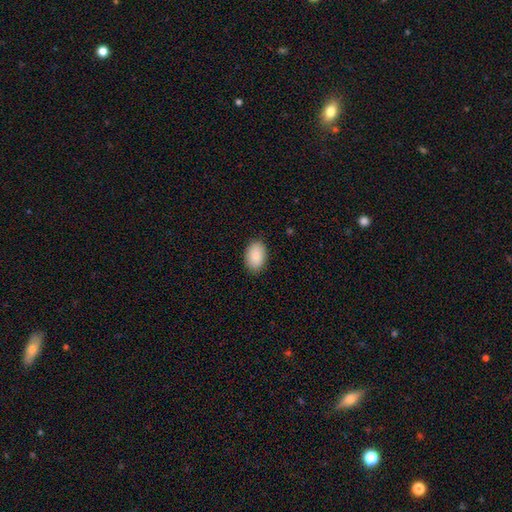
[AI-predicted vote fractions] Morphology: type=smooth (91%); roundness=in between (90%); merging=none (88%).